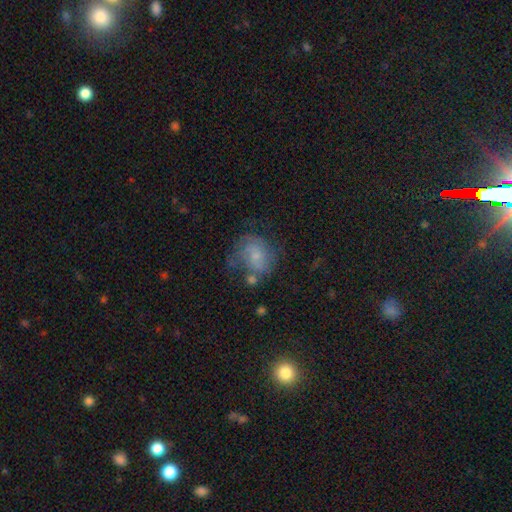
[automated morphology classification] smooth 45%, featured or disk 44%, star or artifact 11%. Down the decision tree: merging — none (42%).